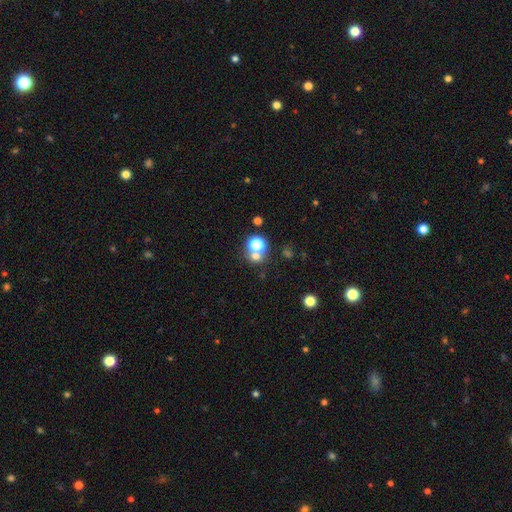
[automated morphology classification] smooth-or-featured: smooth: 63% | star or artifact: 26% | featured or disk: 11%
  how-rounded: round: 82% | in between: 17% | cigar-shaped: 1%
  merging: none: 52% | merger: 37% | minor disturbance: 7% | major disturbance: 4%